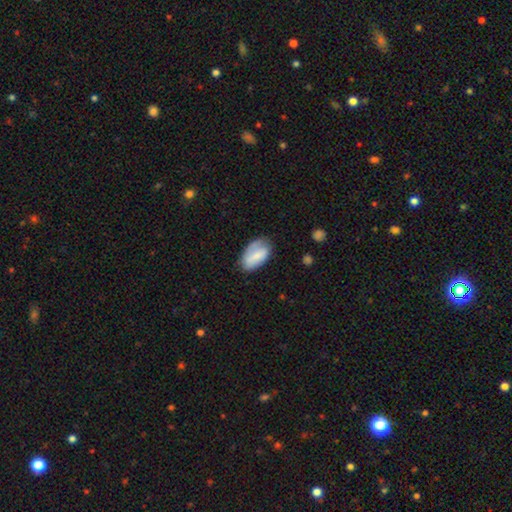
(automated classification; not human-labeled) This appears to be a smooth galaxy with no disk features (66%) that is in between round and cigar-shaped (93%). Merging: none (63%).